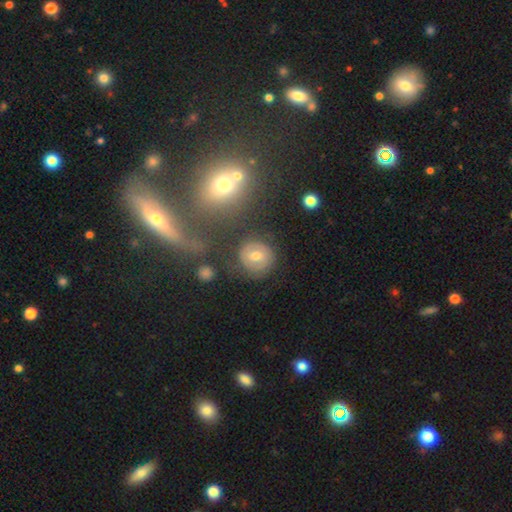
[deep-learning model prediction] Q: Smooth or featured?
A: smooth (51%); runner-up: featured or disk (40%)
Q: How rounded?
A: round (84%); runner-up: in between (15%)
Q: Merging?
A: none (79%); runner-up: minor disturbance (12%)